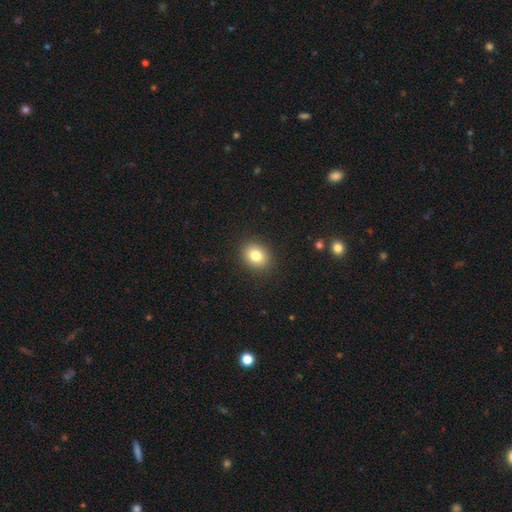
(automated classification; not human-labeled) smooth 82%, star or artifact 11%, featured or disk 8%. Down the decision tree: how rounded — round (57%); merging — none (90%).